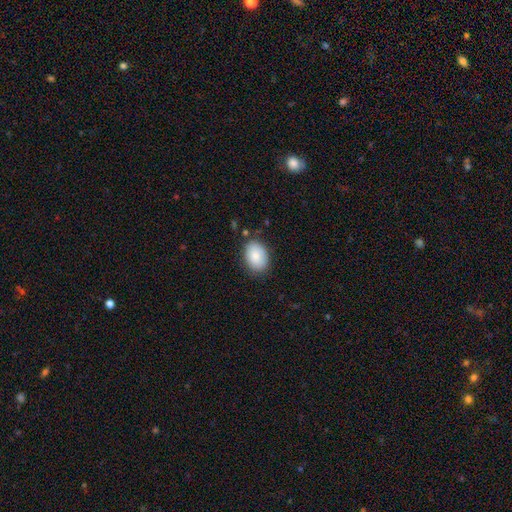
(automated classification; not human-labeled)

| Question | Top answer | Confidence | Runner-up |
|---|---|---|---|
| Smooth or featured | smooth | 84% | featured or disk (9%) |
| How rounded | in between | 81% | round (19%) |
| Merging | none | 81% | minor disturbance (14%) |